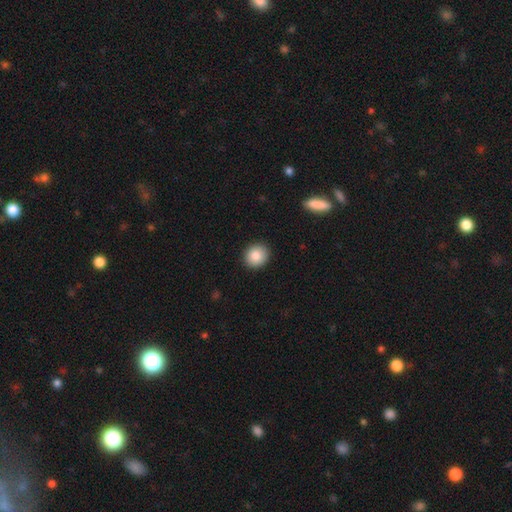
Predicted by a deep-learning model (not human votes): Smooth or featured: smooth — 84% (star or artifact — 9%)
How rounded: round — 83% (in between — 16%)
Merging: none — 91% (minor disturbance — 6%)